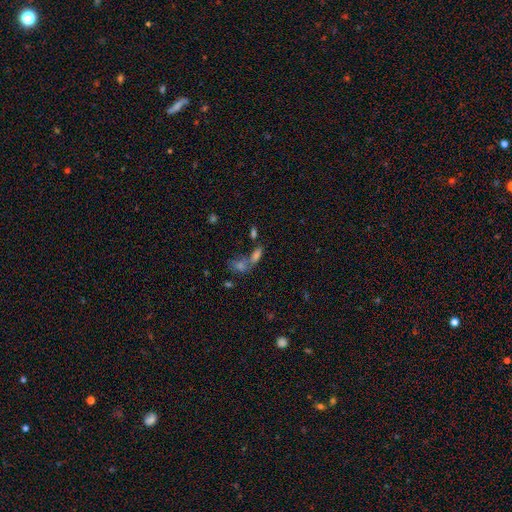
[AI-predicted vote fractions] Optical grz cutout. It shows a smooth galaxy with no disk features (60%) that is in between round and cigar-shaped (73%). Merging: merger (49%).